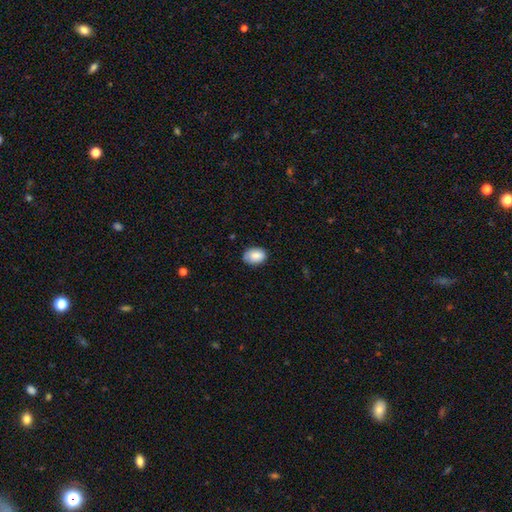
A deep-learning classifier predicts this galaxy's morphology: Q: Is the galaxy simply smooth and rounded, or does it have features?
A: smooth — 84%.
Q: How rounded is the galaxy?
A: in between — 79%.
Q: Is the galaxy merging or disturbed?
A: none — 79%.